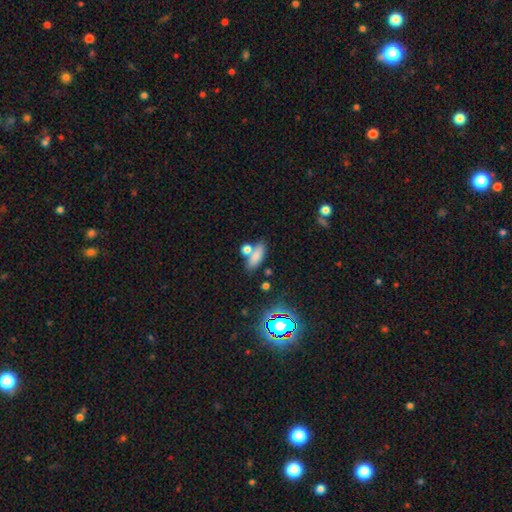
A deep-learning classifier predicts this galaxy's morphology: Q: Smooth or featured?
A: smooth (77%); runner-up: star or artifact (13%)
Q: How rounded?
A: in between (71%); runner-up: cigar-shaped (23%)
Q: Merging?
A: none (57%); runner-up: merger (26%)